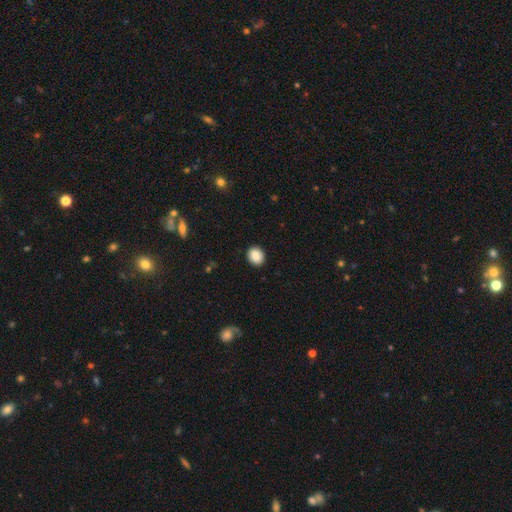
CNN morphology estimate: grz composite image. It shows a smooth galaxy with no disk features (86%) that is round (65%). Merging: none (91%).